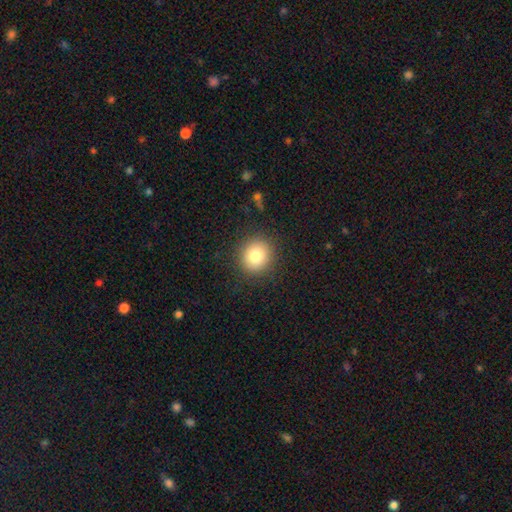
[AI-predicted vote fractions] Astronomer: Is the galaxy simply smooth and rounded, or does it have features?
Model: smooth — 81%.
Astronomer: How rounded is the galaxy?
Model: round — 86%.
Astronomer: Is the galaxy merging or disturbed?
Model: none — 89%.